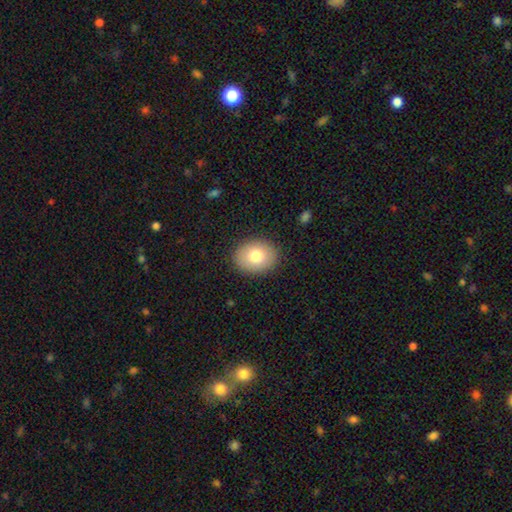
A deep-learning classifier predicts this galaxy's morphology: This appears to be a smooth galaxy with no disk features (78%) that is round (50%, tied with in between). Merging: none (89%).